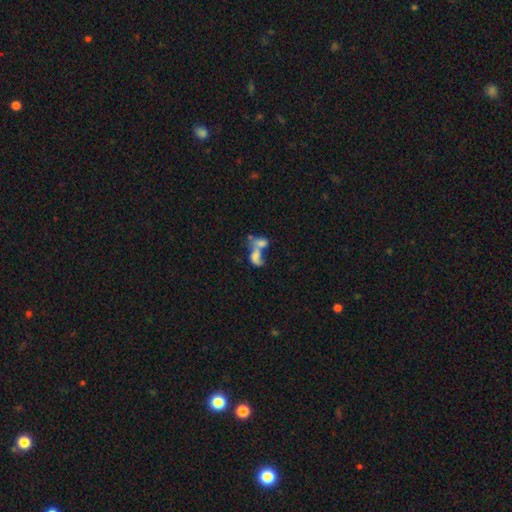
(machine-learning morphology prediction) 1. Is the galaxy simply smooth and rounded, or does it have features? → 52% smooth, 36% featured or disk, 12% star or artifact.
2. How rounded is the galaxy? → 80% in between, 13% round, 6% cigar-shaped.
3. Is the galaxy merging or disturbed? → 71% merger, 12% major disturbance, 11% none, 6% minor disturbance.